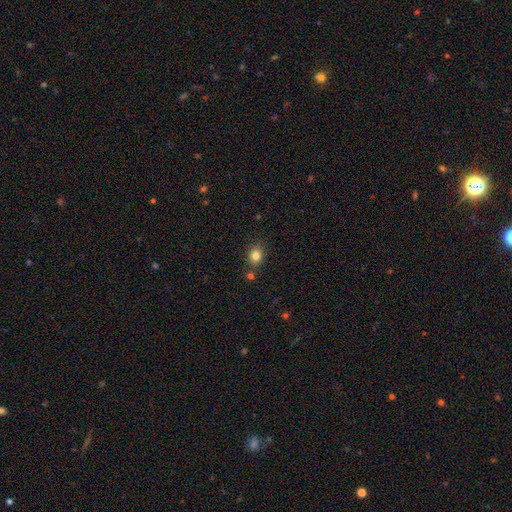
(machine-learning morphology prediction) smooth 81%, star or artifact 12%, featured or disk 7%. Down the decision tree: how rounded — round (60%); merging — none (80%).